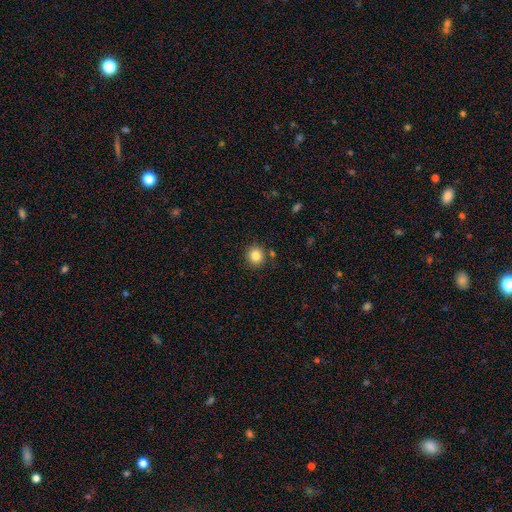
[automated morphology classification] The model was most divided on "smooth or featured": smooth: 83%, star or artifact: 11%, featured or disk: 6%. More confident: how rounded — round (89%); merging — none (85%).